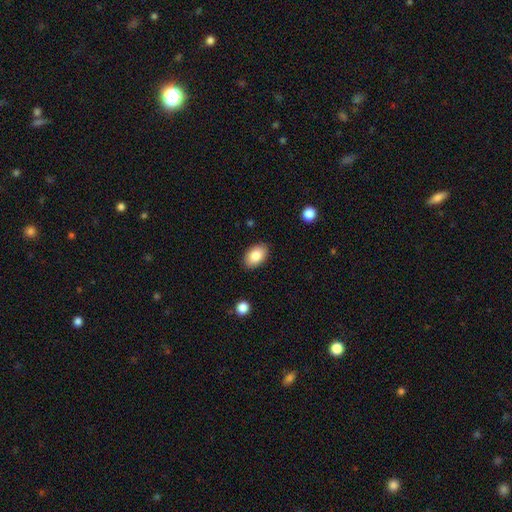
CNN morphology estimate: A smooth galaxy with no disk features (86%) that is in between round and cigar-shaped (90%). Merging: none (87%).